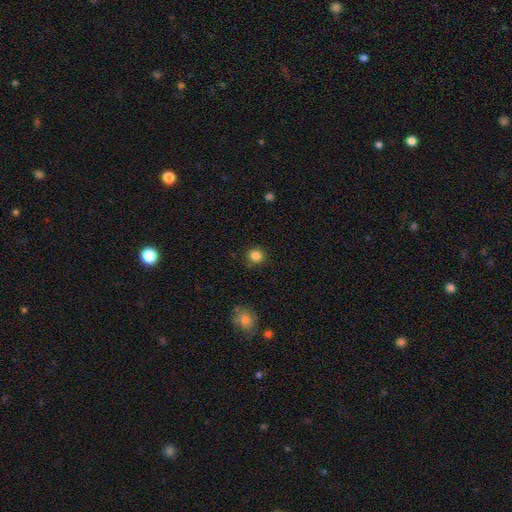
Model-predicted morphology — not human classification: type=smooth (84%); roundness=round (92%); merging=none (88%).